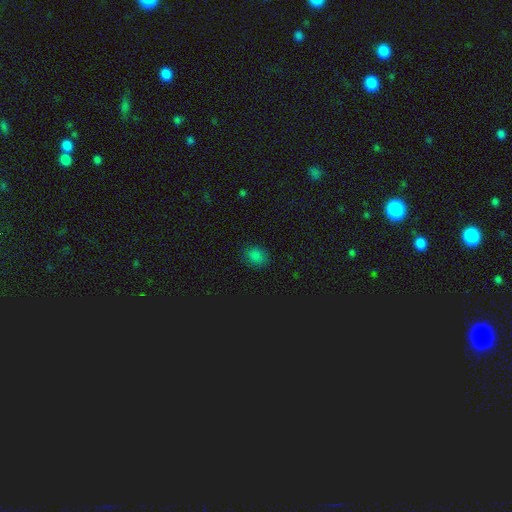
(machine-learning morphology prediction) This appears to be a smooth galaxy with no disk features (78%) that is round (55%). Merging: none (83%).